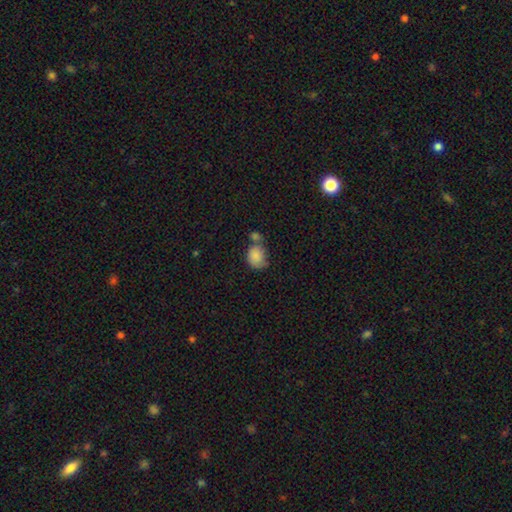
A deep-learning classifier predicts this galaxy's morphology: smooth-or-featured: smooth: 84% | featured or disk: 8% | star or artifact: 8%
  how-rounded: round: 51% | in between: 48% | cigar-shaped: 1%
  merging: none: 36% | merger: 34% | minor disturbance: 21% | major disturbance: 9%